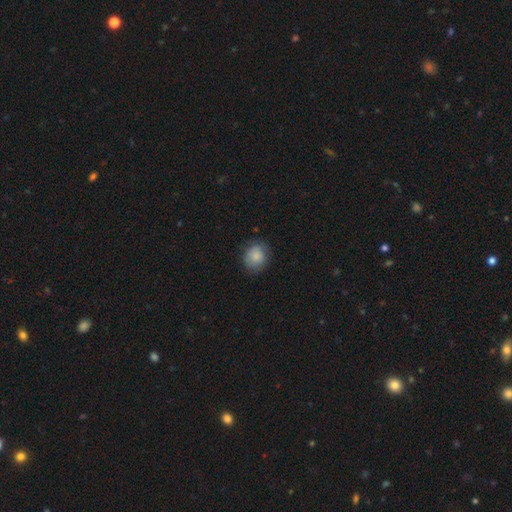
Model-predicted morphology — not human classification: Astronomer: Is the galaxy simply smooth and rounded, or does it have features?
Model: smooth — 85%.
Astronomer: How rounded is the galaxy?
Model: round — 73%.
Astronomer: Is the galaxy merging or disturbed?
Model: none — 79%.